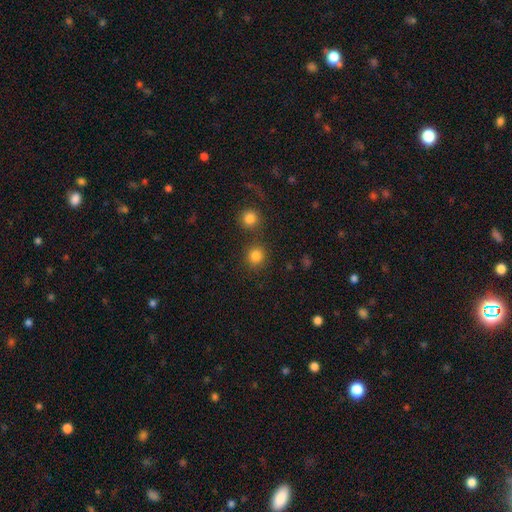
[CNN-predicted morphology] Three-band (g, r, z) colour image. It shows a smooth galaxy with no disk features (83%) that is round (89%). Merging: none (78%).